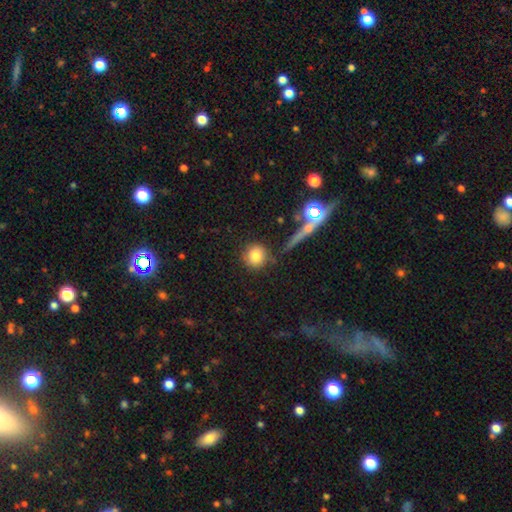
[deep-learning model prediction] Q: Smooth or featured?
A: smooth (79%); runner-up: star or artifact (11%)
Q: How rounded?
A: round (91%); runner-up: in between (7%)
Q: Merging?
A: none (80%); runner-up: minor disturbance (10%)